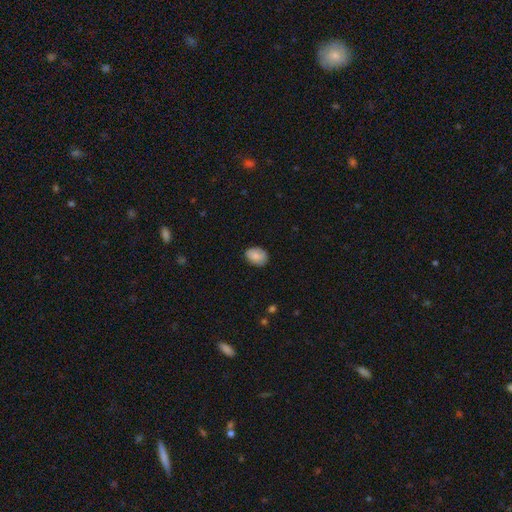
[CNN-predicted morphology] Smooth or featured? smooth (83%)
How rounded? in between (79%)
Merging? none (78%)